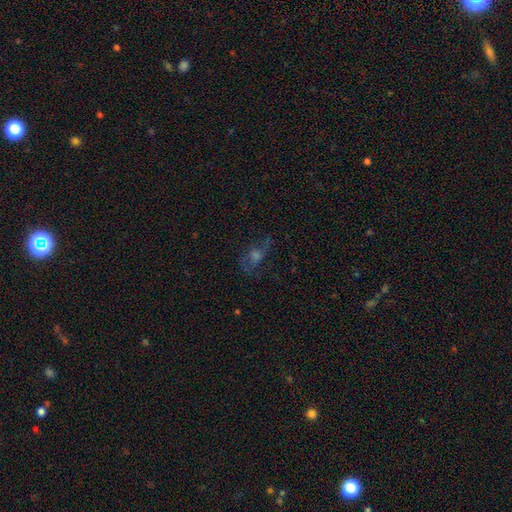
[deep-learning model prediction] Smooth or featured: featured or disk — 43% (star or artifact — 29%)
Merging: none — 59% (major disturbance — 20%)